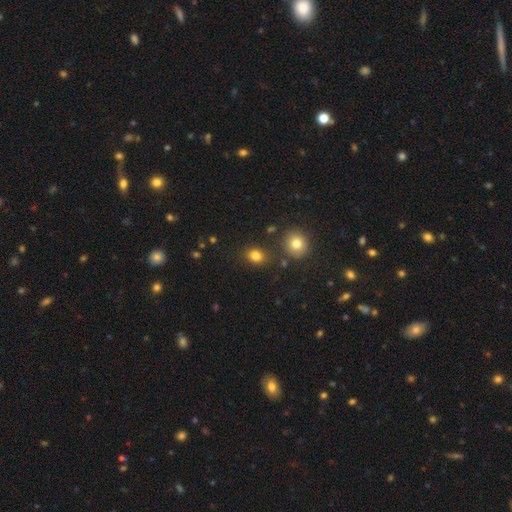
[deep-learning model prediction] This appears to be a smooth galaxy with no disk features (82%) that is round (54%). Merging: none (81%).